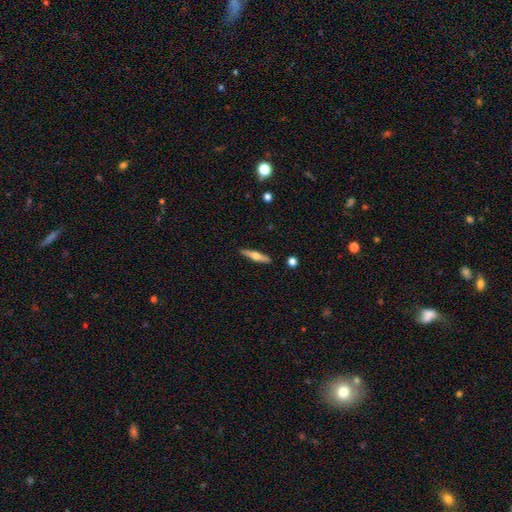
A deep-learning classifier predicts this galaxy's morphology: Overall: featured or disk (54%; smooth 40%). Edge-on disk: yes (94%). Edge-on bulge: rounded (92%). Merging: none (90%).